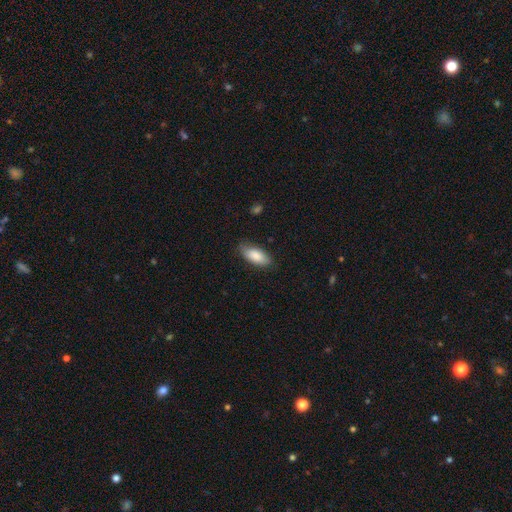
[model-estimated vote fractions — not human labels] A smooth galaxy with no disk features (86%) that is in between round and cigar-shaped (86%).

Vote fractions:
- Smooth or featured? smooth: 86% / featured or disk: 9% / star or artifact: 6%
- How rounded? in between: 86% / cigar-shaped: 12% / round: 2%
- Merging? none: 79% / minor disturbance: 17% / major disturbance: 3% / merger: 1%